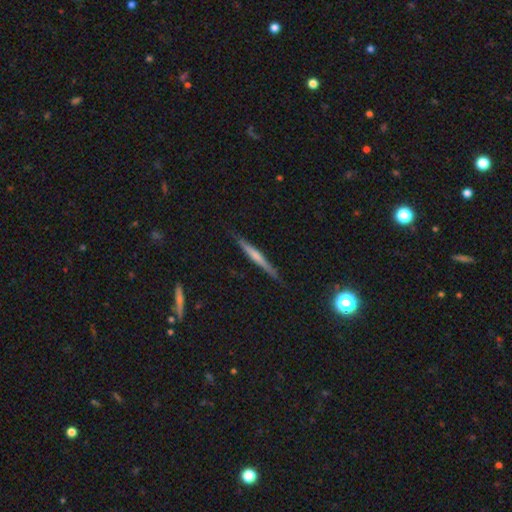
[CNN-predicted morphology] Smooth or featured? featured or disk (53%)
Edge-on disk? yes (97%)
Edge-on bulge? none (49%)
Merging? none (86%)